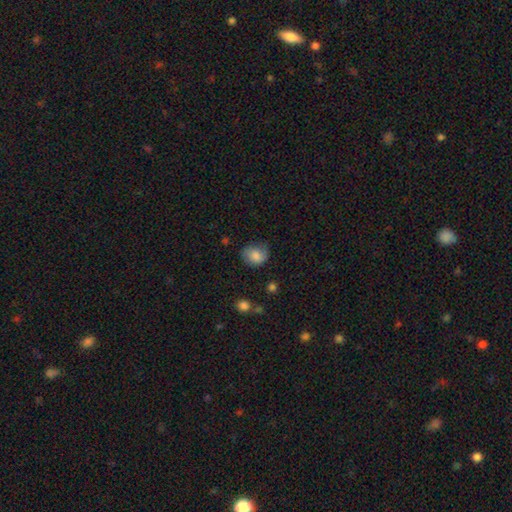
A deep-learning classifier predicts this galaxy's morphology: This is likely a smooth galaxy (79%). How rounded: likely round (65%). Merging: likely none (63%).